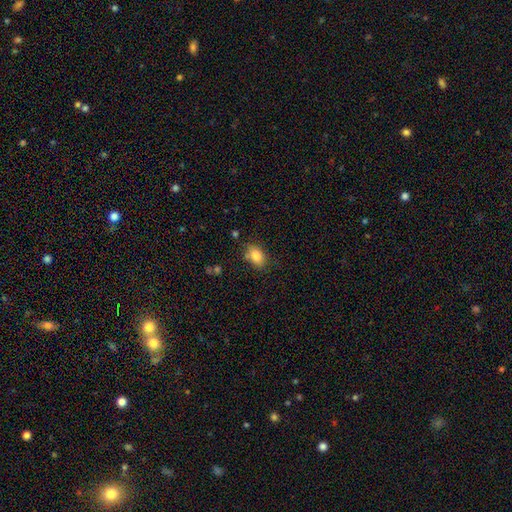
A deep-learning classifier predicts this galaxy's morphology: Smooth or featured? Predicted: smooth (p=0.84). How rounded? Predicted: in between (p=0.83). Merging? Predicted: none (p=0.76).